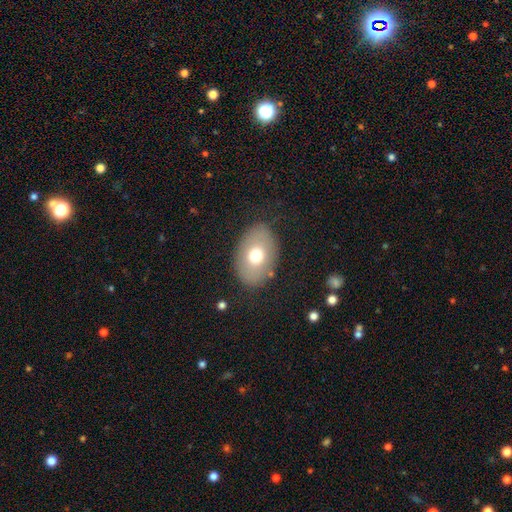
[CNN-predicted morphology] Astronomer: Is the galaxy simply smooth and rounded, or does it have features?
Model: smooth — 69%.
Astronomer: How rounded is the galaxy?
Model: in between — 79%.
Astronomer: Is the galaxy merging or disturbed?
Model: none — 83%.